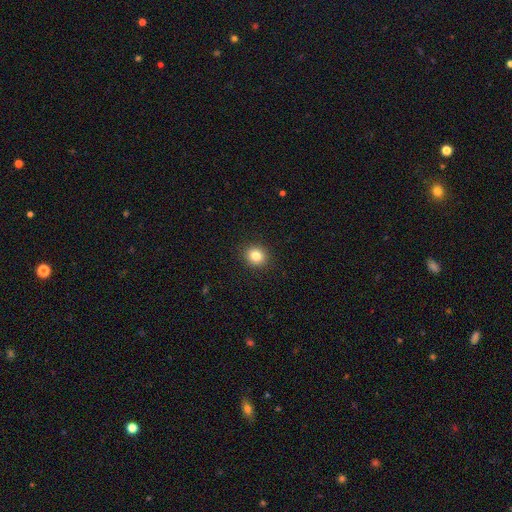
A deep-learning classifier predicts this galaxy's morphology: Smooth or featured?
  - smooth: 83% *
  - star or artifact: 11%
  - featured or disk: 6%
How rounded?
  - round: 81% *
  - in between: 18%
  - cigar-shaped: 1%
Merging?
  - none: 92% *
  - minor disturbance: 5%
  - major disturbance: 2%
  - merger: 1%